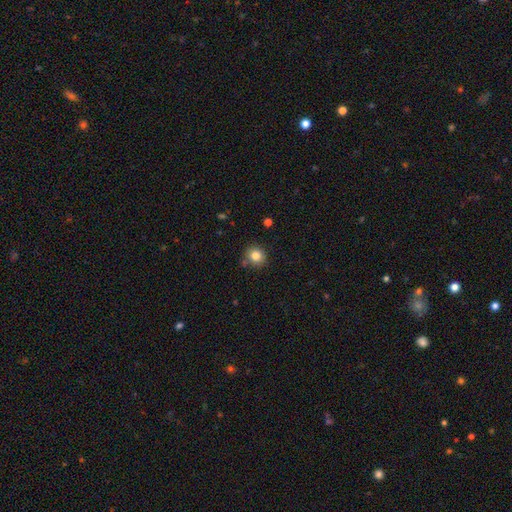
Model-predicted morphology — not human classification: type=smooth (83%); roundness=round (91%); merging=none (82%).